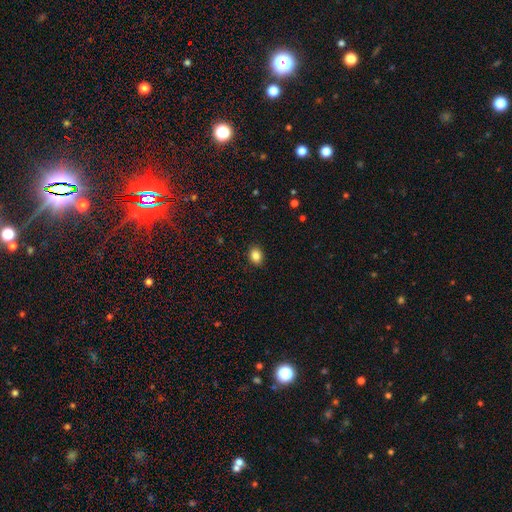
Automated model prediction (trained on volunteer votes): This appears to be a smooth galaxy with no disk features (86%) that is in between round and cigar-shaped (60%). Merging: none (89%).